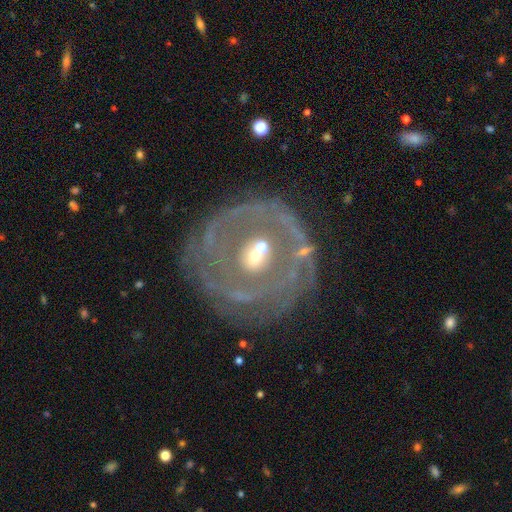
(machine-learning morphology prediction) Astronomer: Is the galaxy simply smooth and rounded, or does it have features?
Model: featured or disk — 75%.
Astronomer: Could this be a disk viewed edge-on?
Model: no — 96%.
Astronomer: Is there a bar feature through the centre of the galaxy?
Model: no — 78%.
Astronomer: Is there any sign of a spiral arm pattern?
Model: yes — 54% (runner-up: no, 46%).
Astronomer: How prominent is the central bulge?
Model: moderate — 45% (runner-up: small, 41%).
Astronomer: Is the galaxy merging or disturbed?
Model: none — 61%.